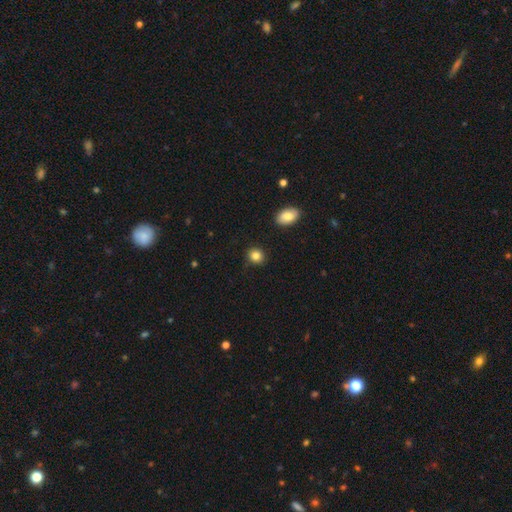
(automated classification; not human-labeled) Q: Smooth or featured?
A: smooth (85%); runner-up: star or artifact (10%)
Q: How rounded?
A: round (76%); runner-up: in between (23%)
Q: Merging?
A: none (88%); runner-up: minor disturbance (8%)